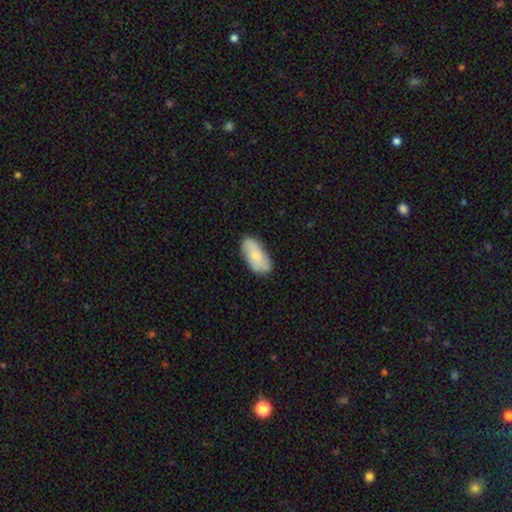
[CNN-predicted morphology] Q: Smooth or featured?
A: smooth (73%); runner-up: featured or disk (21%)
Q: How rounded?
A: in between (93%); runner-up: cigar-shaped (5%)
Q: Merging?
A: none (78%); runner-up: minor disturbance (17%)